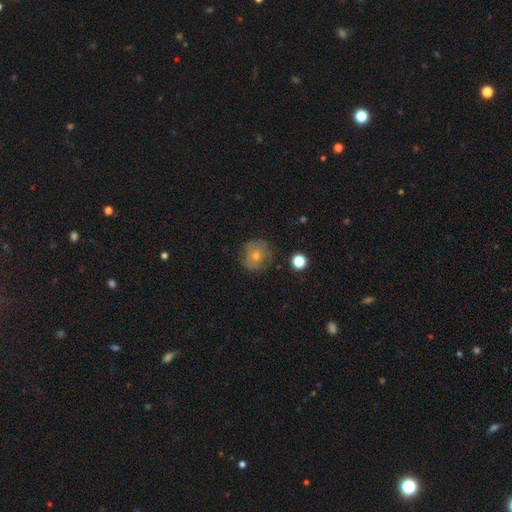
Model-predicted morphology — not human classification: Smooth or featured: smooth — 52% (featured or disk — 32%)
How rounded: round — 83% (in between — 16%)
Merging: none — 78% (minor disturbance — 16%)